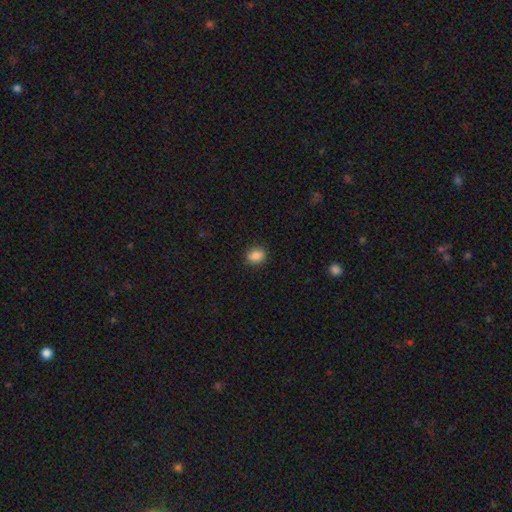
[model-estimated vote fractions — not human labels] Smooth or featured? smooth (87%)
How rounded? round (56%)
Merging? none (90%)